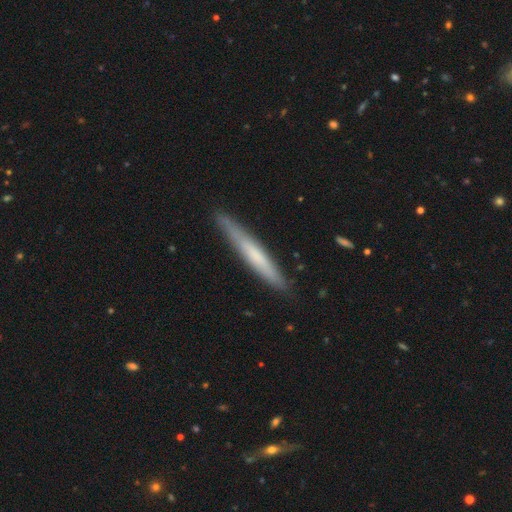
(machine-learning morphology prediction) The model was most divided on "smooth or featured": smooth: 53%, featured or disk: 41%, star or artifact: 6%. More confident: how rounded — cigar-shaped (95%); merging — none (84%).